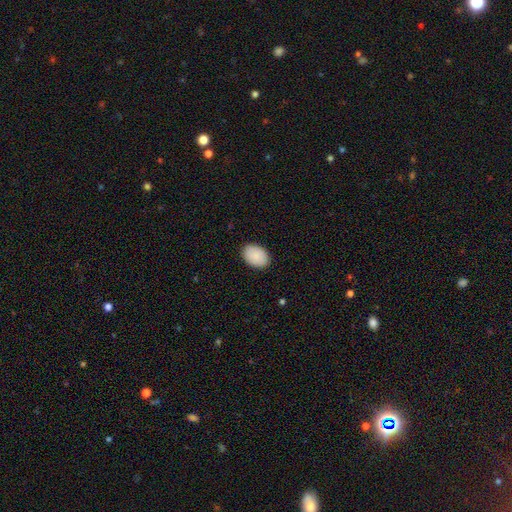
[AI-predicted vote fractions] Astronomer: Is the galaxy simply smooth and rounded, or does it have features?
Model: smooth — 87%.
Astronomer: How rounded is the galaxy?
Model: in between — 83%.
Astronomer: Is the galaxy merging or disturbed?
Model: none — 89%.